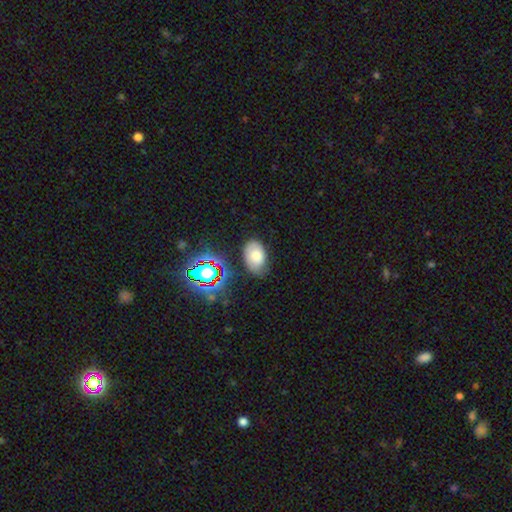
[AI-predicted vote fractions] smooth_or_featured: smooth (p=0.67) [alt: featured or disk p=0.18]
how_rounded: in between (p=0.88) [alt: round p=0.11]
merging: none (p=0.65) [alt: minor disturbance p=0.25]